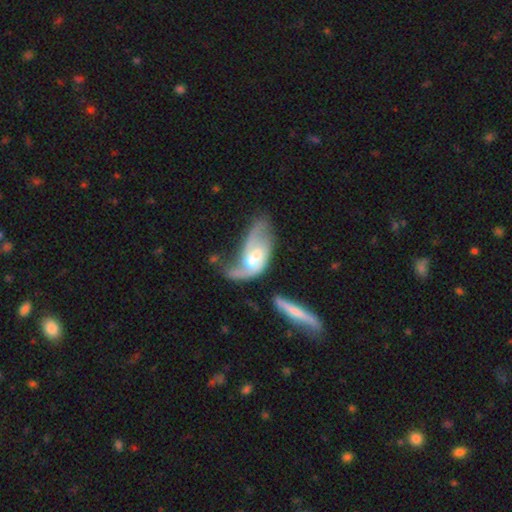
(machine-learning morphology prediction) The model was most divided on "bar": no: 44%, weak: 42%, strong: 14%. Remaining: edge-on disk — no (91%); spiral arms — yes (82%); smooth or featured — featured or disk (71%); spiral arm count — 2 (65%); spiral winding — loose (57%); bulge size — moderate (49%); merging — merger (31%).